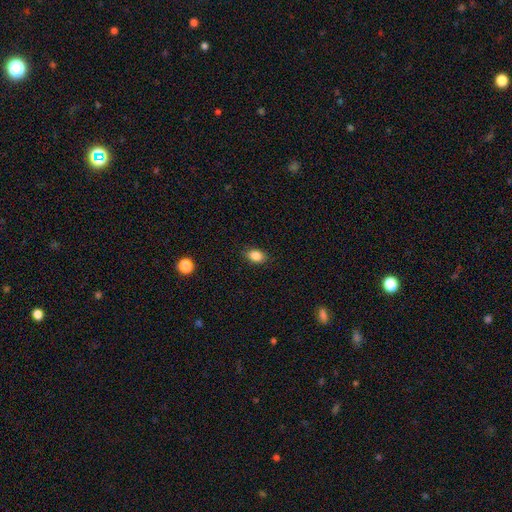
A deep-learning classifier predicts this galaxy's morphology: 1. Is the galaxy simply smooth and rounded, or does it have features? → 86% smooth, 9% star or artifact, 5% featured or disk.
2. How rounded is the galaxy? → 79% in between, 19% round, 1% cigar-shaped.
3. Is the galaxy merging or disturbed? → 86% none, 10% minor disturbance, 3% major disturbance, 1% merger.